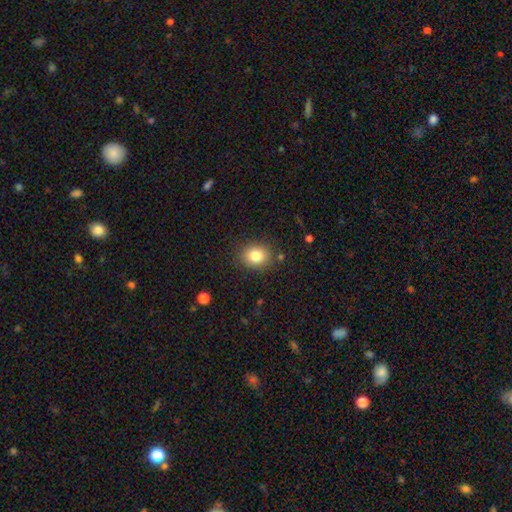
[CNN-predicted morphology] smooth-or-featured: smooth: 82% | star or artifact: 10% | featured or disk: 8%
  how-rounded: round: 60% | in between: 39% | cigar-shaped: 1%
  merging: none: 85% | minor disturbance: 10% | major disturbance: 3% | merger: 2%